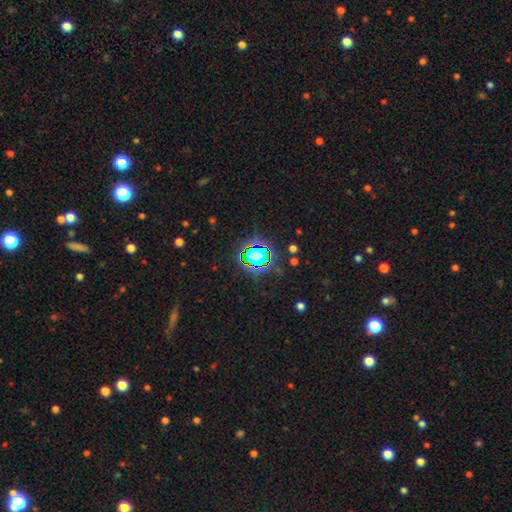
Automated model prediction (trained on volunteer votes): Overall: star or artifact (62%; smooth 25%).